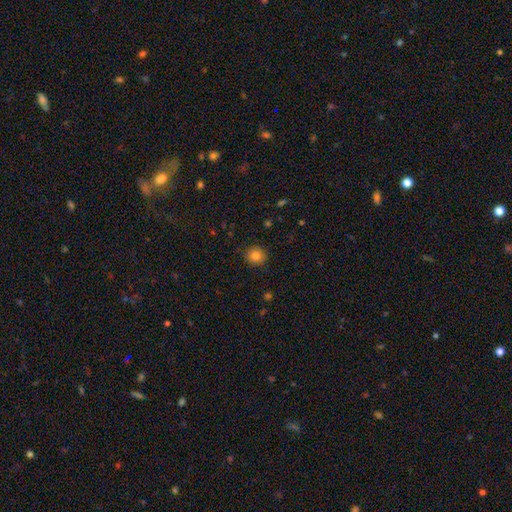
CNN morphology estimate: Smooth or featured? Predicted: smooth (p=0.84). How rounded? Predicted: round (p=0.89). Merging? Predicted: none (p=0.87).